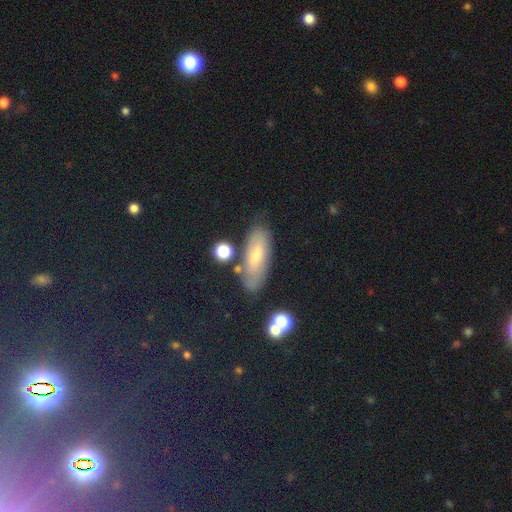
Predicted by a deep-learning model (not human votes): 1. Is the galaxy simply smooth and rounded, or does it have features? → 62% smooth, 26% featured or disk, 12% star or artifact.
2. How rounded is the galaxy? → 68% in between, 28% cigar-shaped, 4% round.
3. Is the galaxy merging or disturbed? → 76% none, 15% minor disturbance, 5% merger, 4% major disturbance.